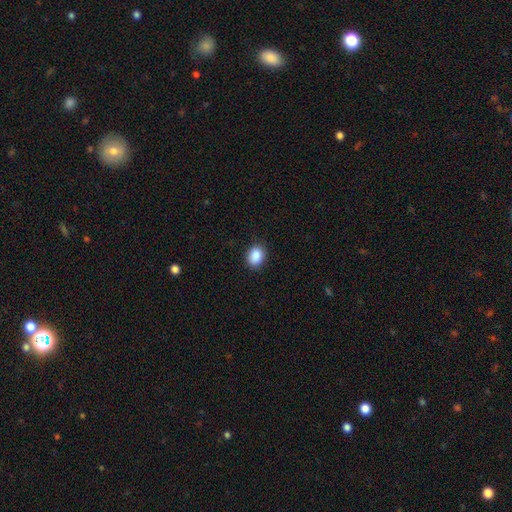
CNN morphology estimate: This is clearly a smooth galaxy (89%). How rounded: likely in between (61%). Merging: clearly none (86%).